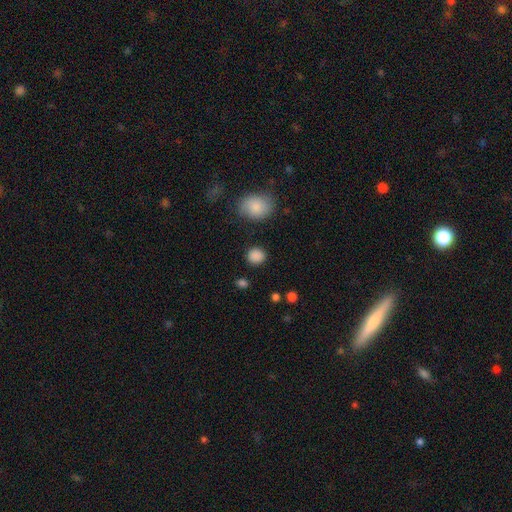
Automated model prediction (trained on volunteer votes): Overall: smooth (87%). How rounded: round (82%). Merging: none (86%).